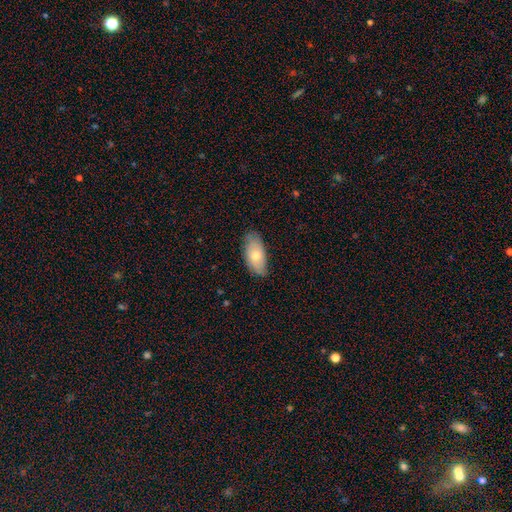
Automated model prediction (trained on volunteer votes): smooth_or_featured: smooth (p=0.67) [alt: featured or disk p=0.27]
how_rounded: in between (p=0.91) [alt: cigar-shaped p=0.06]
merging: none (p=0.76) [alt: minor disturbance p=0.20]